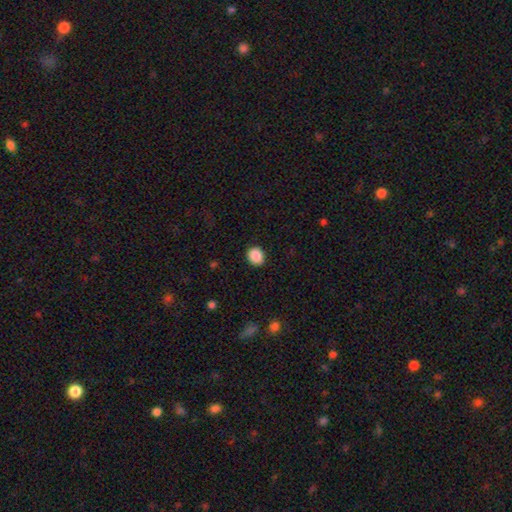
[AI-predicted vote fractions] Smooth or featured? smooth (89%)
How rounded? round (65%)
Merging? none (90%)